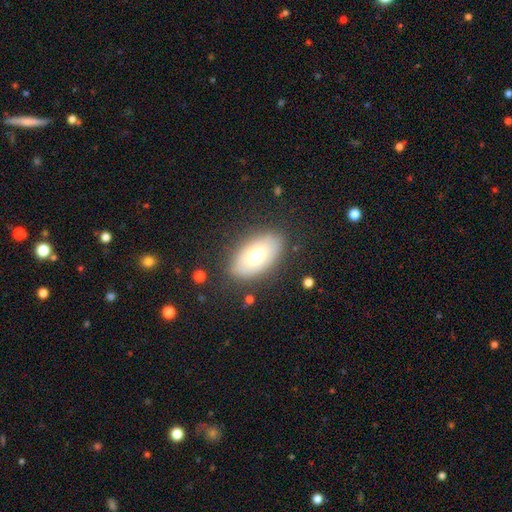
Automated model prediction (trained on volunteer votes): Smooth or featured? Predicted: smooth (p=0.68). How rounded? Predicted: in between (p=0.93). Merging? Predicted: none (p=0.83).